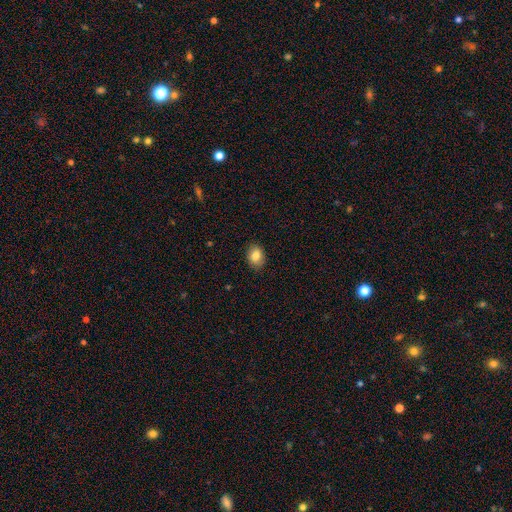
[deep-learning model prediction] This is clearly a smooth galaxy (83%). How rounded: likely in between (71%). Merging: clearly none (87%).